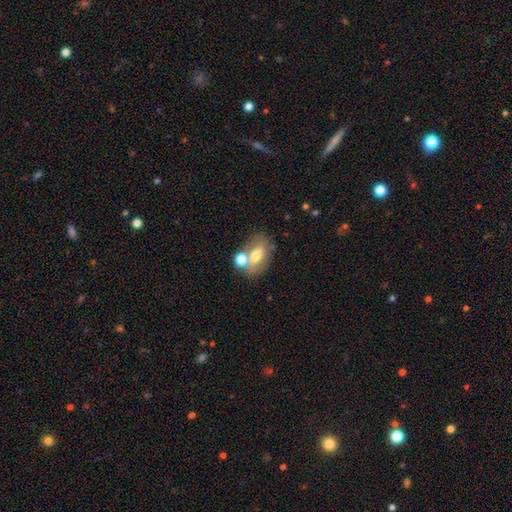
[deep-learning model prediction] A smooth galaxy with no disk features (60%) that is in between round and cigar-shaped (77%). Merging: none (53%).